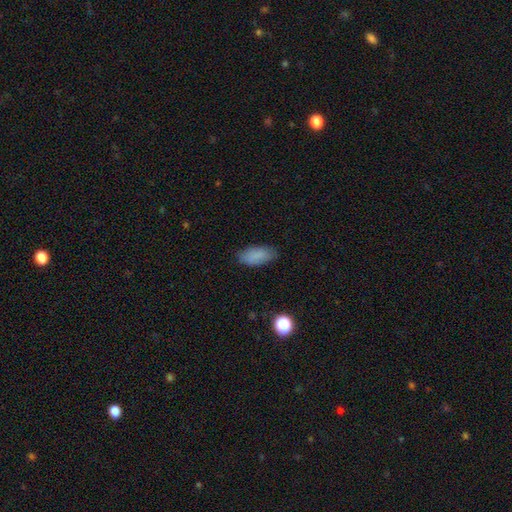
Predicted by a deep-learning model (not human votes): A smooth galaxy with no disk features (86%) that is in between round and cigar-shaped (90%). Merging: none (81%).